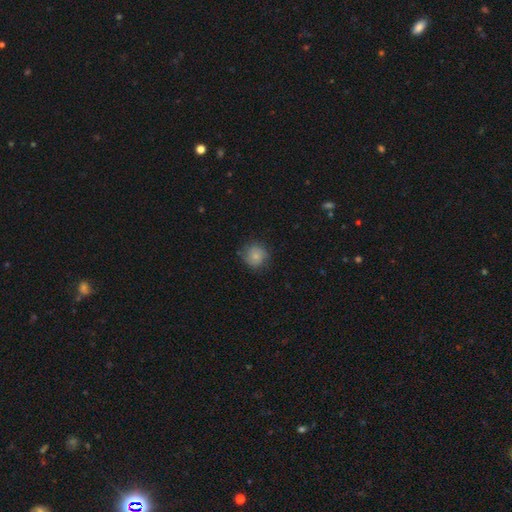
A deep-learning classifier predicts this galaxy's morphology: Smooth or featured?
  - smooth: 79% *
  - featured or disk: 12%
  - star or artifact: 9%
How rounded?
  - round: 90% *
  - in between: 9%
  - cigar-shaped: 1%
Merging?
  - none: 79% *
  - minor disturbance: 16%
  - major disturbance: 4%
  - merger: 1%